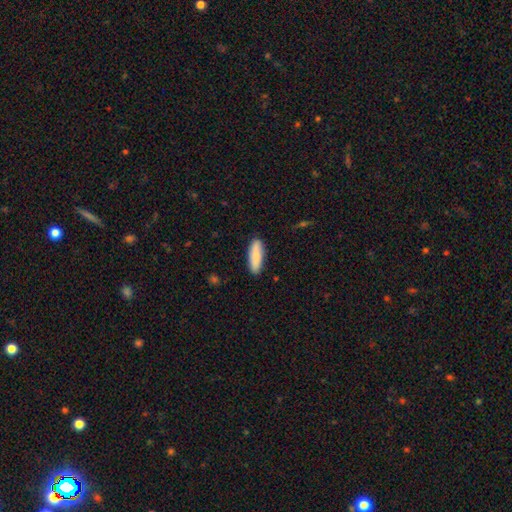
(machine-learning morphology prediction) A smooth galaxy with no disk features (80%) that is in between round and cigar-shaped (50%).

Vote fractions:
- Smooth or featured? smooth: 80% / featured or disk: 14% / star or artifact: 6%
- How rounded? in between: 50% / cigar-shaped: 48% / round: 2%
- Merging? none: 88% / minor disturbance: 9% / major disturbance: 2% / merger: 1%